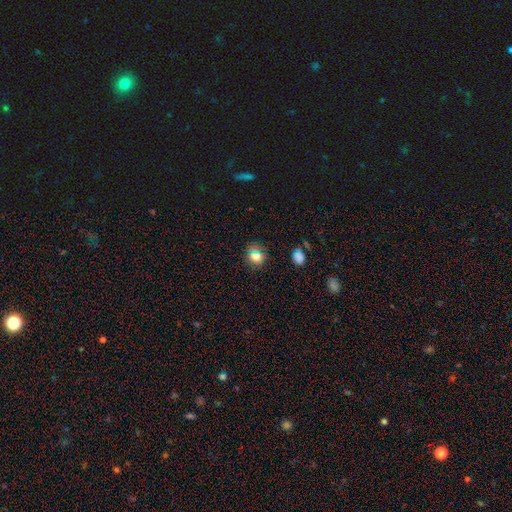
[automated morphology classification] smooth_or_featured: smooth (p=0.70) [alt: star or artifact p=0.22]
how_rounded: round (p=0.80) [alt: in between p=0.18]
merging: none (p=0.86) [alt: minor disturbance p=0.09]